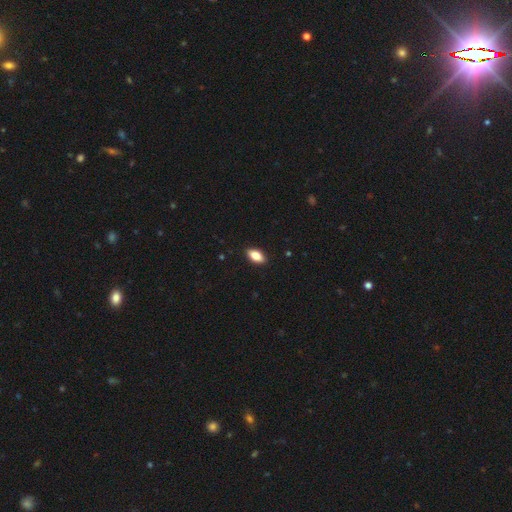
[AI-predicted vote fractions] Overall: smooth (84%). How rounded: in between (90%). Merging: none (89%).